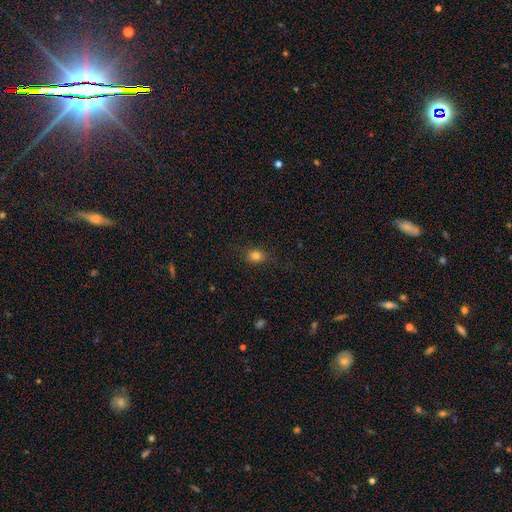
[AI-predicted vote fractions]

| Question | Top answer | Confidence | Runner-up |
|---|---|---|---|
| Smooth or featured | smooth | 81% | star or artifact (13%) |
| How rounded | round | 51% | in between (48%) |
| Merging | none | 81% | minor disturbance (14%) |